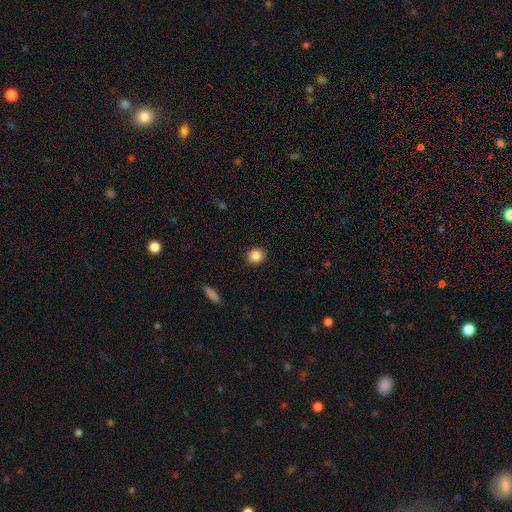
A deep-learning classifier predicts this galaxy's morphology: Smooth or featured?
  - smooth: 87% *
  - star or artifact: 10%
  - featured or disk: 3%
How rounded?
  - round: 88% *
  - in between: 11%
  - cigar-shaped: 1%
Merging?
  - none: 91% *
  - minor disturbance: 6%
  - major disturbance: 2%
  - merger: 1%